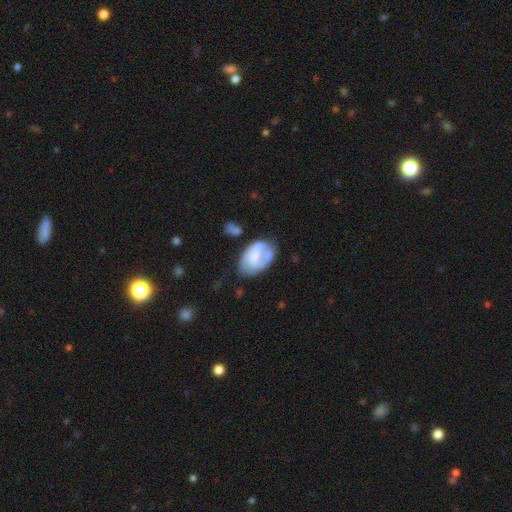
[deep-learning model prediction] smooth 49%, featured or disk 44%, star or artifact 7%. Down the decision tree: merging — none (40%).